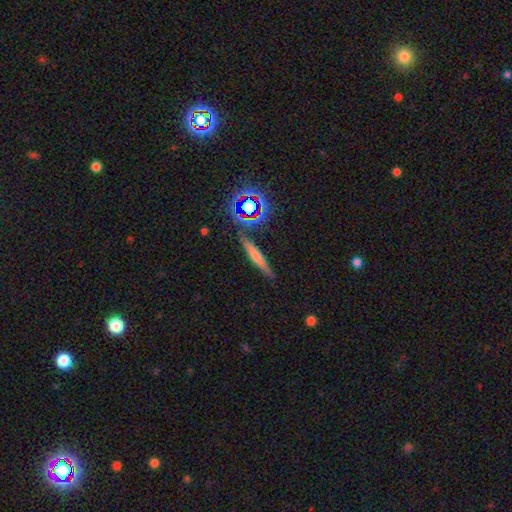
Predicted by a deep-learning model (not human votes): Q: Smooth or featured?
A: smooth (57%); runner-up: featured or disk (30%)
Q: How rounded?
A: cigar-shaped (88%); runner-up: in between (8%)
Q: Merging?
A: none (82%); runner-up: minor disturbance (11%)